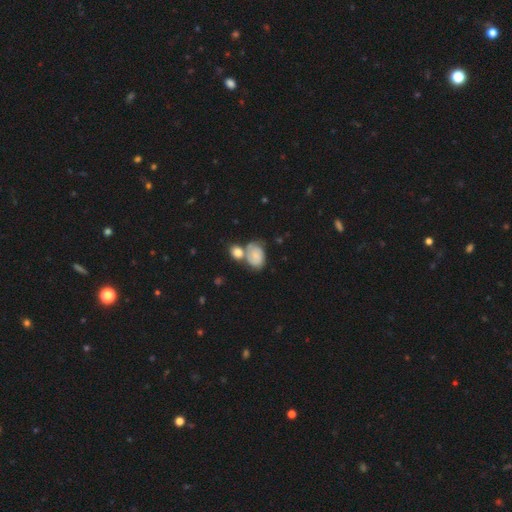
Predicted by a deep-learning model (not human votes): The model was most divided on "merging": merger: 42%, none: 35%, minor disturbance: 16%, major disturbance: 7%. More confident: how rounded — in between (73%); smooth or featured — smooth (65%).